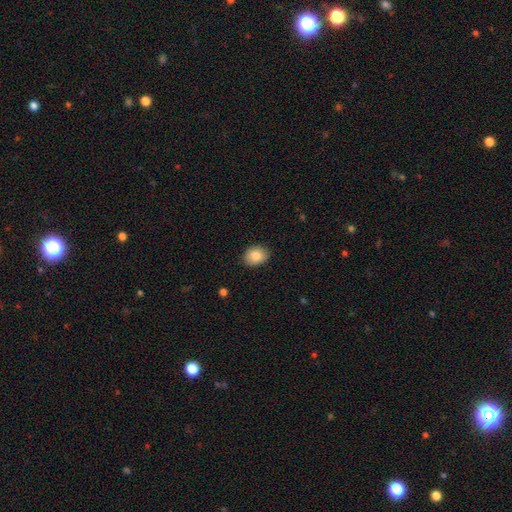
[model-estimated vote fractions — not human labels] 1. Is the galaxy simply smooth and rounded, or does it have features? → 84% smooth, 8% star or artifact, 8% featured or disk.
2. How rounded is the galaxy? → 56% in between, 43% round, 1% cigar-shaped.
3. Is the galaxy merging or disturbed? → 87% none, 10% minor disturbance, 2% major disturbance, 1% merger.